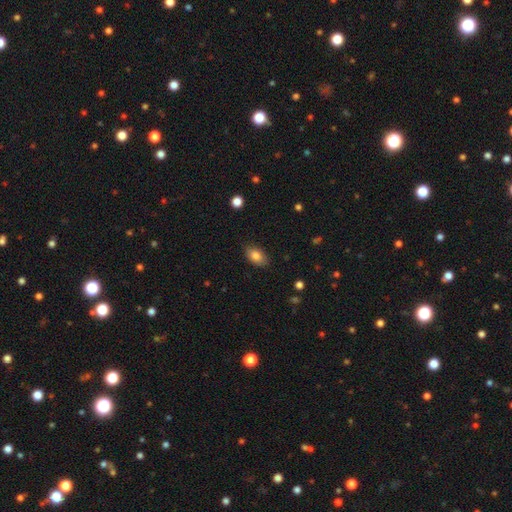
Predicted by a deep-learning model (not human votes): A smooth galaxy with no disk features (84%) that is in between round and cigar-shaped (89%).

Vote fractions:
- Smooth or featured? smooth: 84% / featured or disk: 8% / star or artifact: 8%
- How rounded? in between: 89% / round: 9% / cigar-shaped: 2%
- Merging? none: 83% / minor disturbance: 13% / major disturbance: 3% / merger: 1%